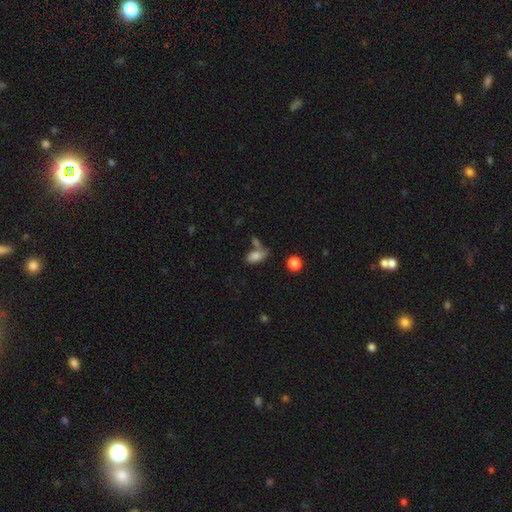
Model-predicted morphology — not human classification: Overall: smooth (81%). How rounded: in between (89%). Merging: none (50%; merger 24%).